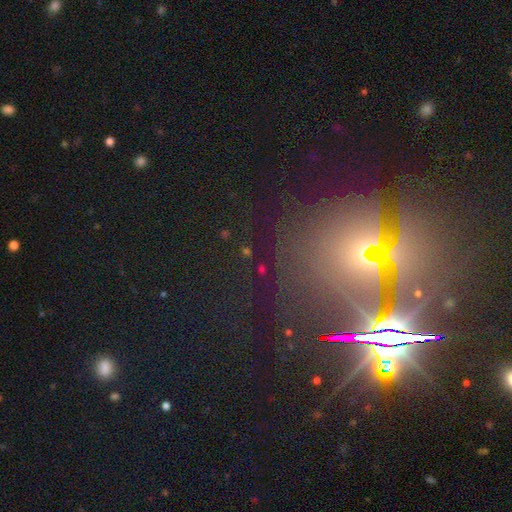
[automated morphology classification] The model was most divided on "smooth or featured": star or artifact: 70%, featured or disk: 15%, smooth: 15%.